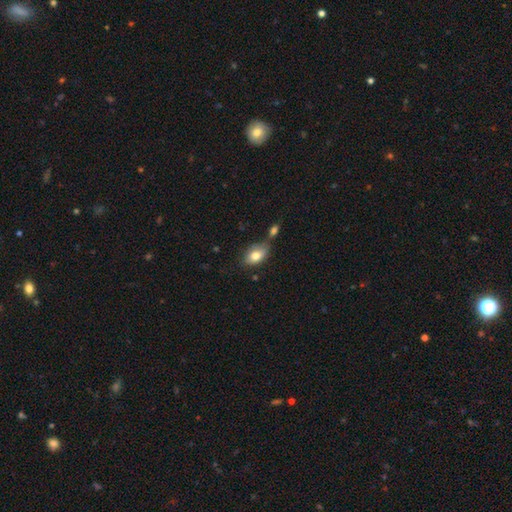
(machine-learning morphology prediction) Overall: smooth (80%). How rounded: in between (89%). Merging: none (53%; merger 22%).